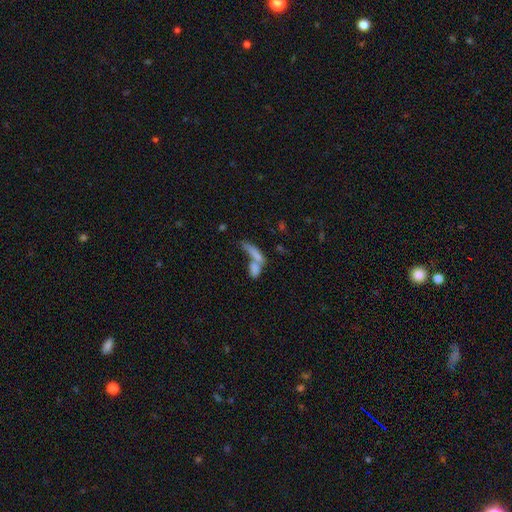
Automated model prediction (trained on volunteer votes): Smooth or featured? smooth (70%)
How rounded? in between (48%)
Merging? merger (61%)